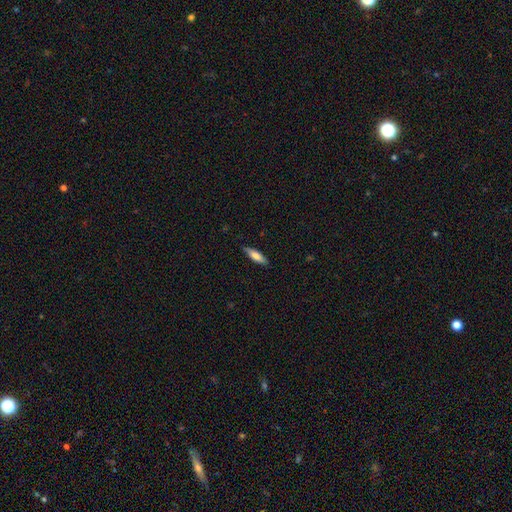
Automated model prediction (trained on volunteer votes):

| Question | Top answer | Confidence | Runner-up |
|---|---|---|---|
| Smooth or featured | smooth | 70% | featured or disk (24%) |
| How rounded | cigar-shaped | 61% | in between (37%) |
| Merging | none | 85% | minor disturbance (12%) |